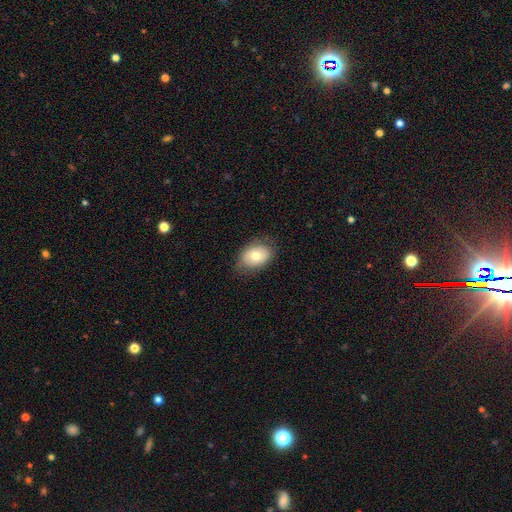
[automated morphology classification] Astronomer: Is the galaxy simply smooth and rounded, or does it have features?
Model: smooth — 73%.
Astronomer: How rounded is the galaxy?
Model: in between — 76%.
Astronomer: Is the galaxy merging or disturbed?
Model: none — 75%.